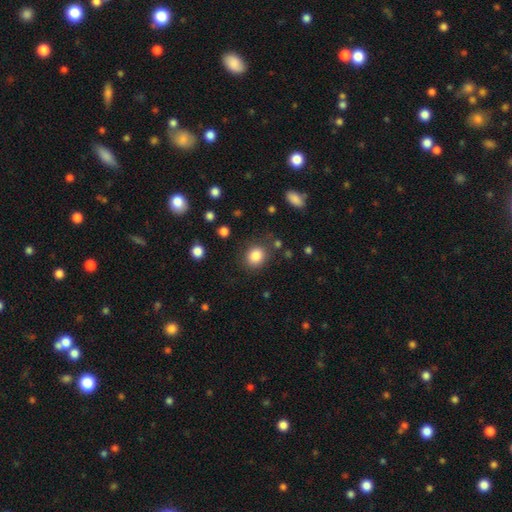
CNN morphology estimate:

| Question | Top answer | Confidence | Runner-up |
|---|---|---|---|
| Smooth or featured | smooth | 85% | star or artifact (10%) |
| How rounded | round | 75% | in between (24%) |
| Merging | none | 80% | minor disturbance (12%) |